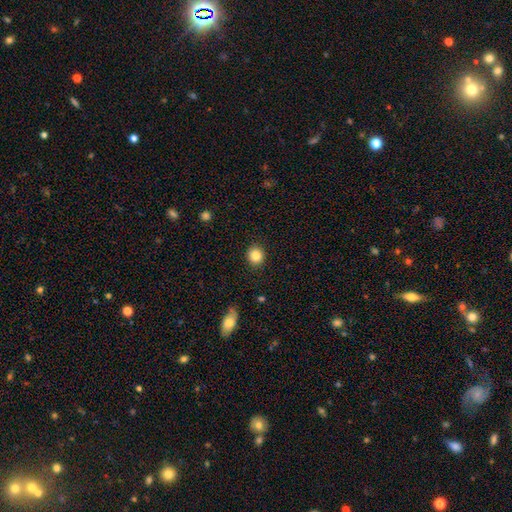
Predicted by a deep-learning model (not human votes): Smooth or featured: smooth — 86% (star or artifact — 9%)
How rounded: round — 85% (in between — 14%)
Merging: none — 89% (minor disturbance — 7%)